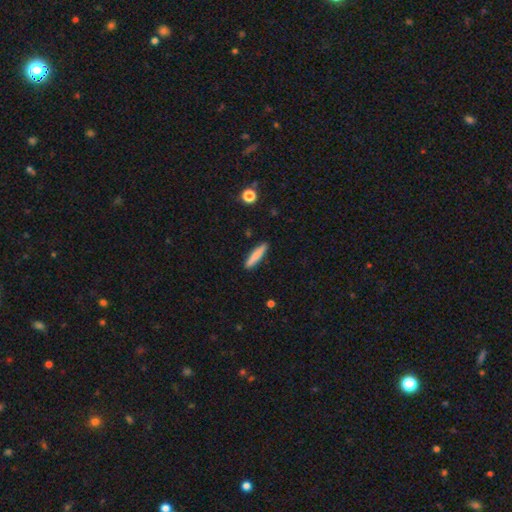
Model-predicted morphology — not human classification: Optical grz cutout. It shows a smooth galaxy with no disk features (78%) that is cigar-shaped (90%). Merging: none (90%).